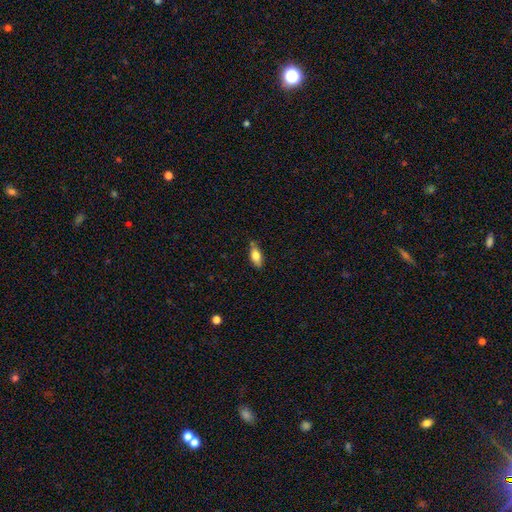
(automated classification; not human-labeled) smooth-or-featured: smooth: 76% | featured or disk: 17% | star or artifact: 7%
  how-rounded: in between: 84% | cigar-shaped: 12% | round: 3%
  merging: none: 74% | minor disturbance: 19% | merger: 4% | major disturbance: 3%